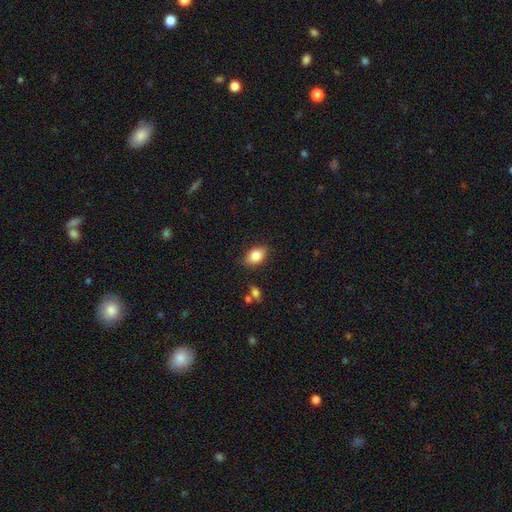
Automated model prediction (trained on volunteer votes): Q: Smooth or featured?
A: smooth (85%); runner-up: star or artifact (8%)
Q: How rounded?
A: in between (87%); runner-up: round (11%)
Q: Merging?
A: none (84%); runner-up: minor disturbance (11%)